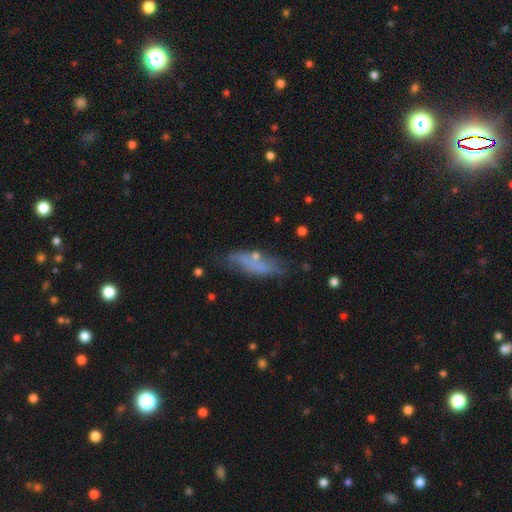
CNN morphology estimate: Overall: smooth (56%; featured or disk 34%). How rounded: in between (50%; cigar-shaped 47%). Merging: none (56%; minor disturbance 25%).